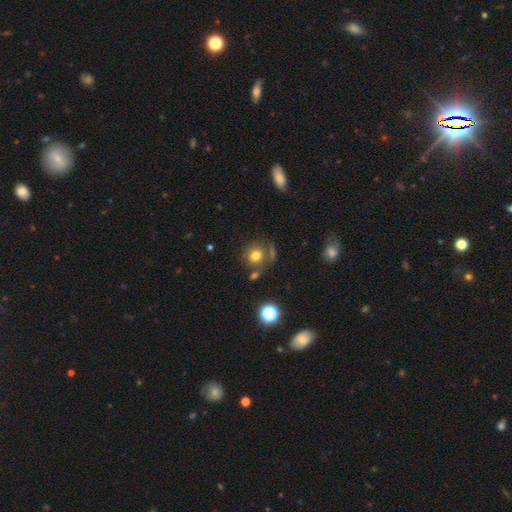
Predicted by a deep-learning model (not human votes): Smooth or featured? Predicted: smooth (p=0.75). How rounded? Predicted: round (p=0.83). Merging? Predicted: none (p=0.67).